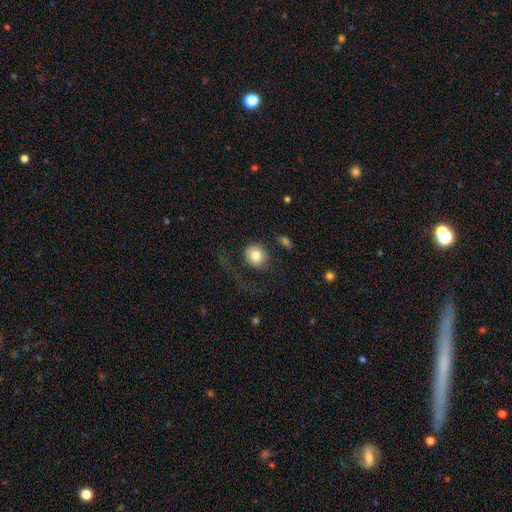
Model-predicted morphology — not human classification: Smooth or featured? smooth (79%)
How rounded? round (78%)
Merging? none (54%)